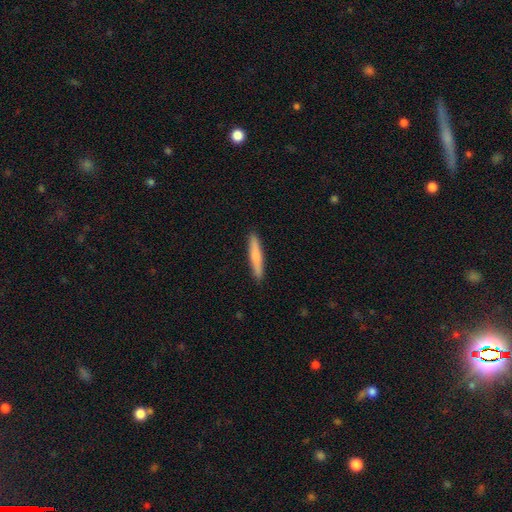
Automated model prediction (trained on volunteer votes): Q: Smooth or featured?
A: smooth (73%); runner-up: featured or disk (22%)
Q: How rounded?
A: cigar-shaped (93%); runner-up: in between (6%)
Q: Merging?
A: none (91%); runner-up: minor disturbance (7%)